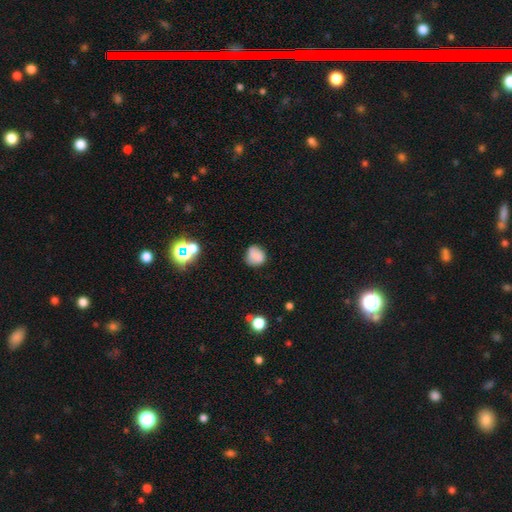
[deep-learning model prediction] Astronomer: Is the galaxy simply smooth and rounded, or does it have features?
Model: smooth — 77%.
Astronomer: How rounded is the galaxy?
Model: round — 79%.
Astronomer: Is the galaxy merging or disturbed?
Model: none — 70%.